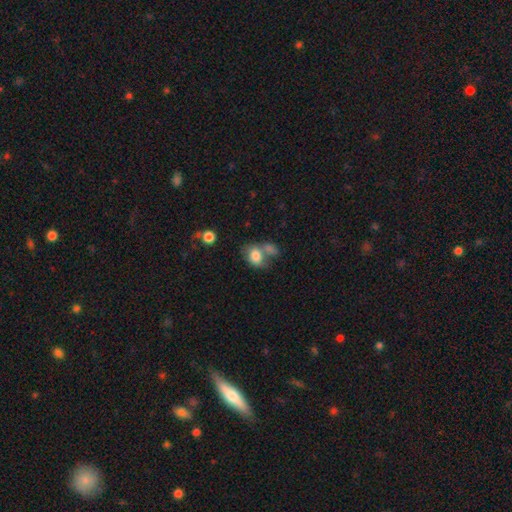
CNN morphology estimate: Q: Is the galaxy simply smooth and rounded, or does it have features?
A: smooth — 79%.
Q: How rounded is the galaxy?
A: in between — 68%.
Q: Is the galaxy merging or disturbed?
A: merger — 45%.